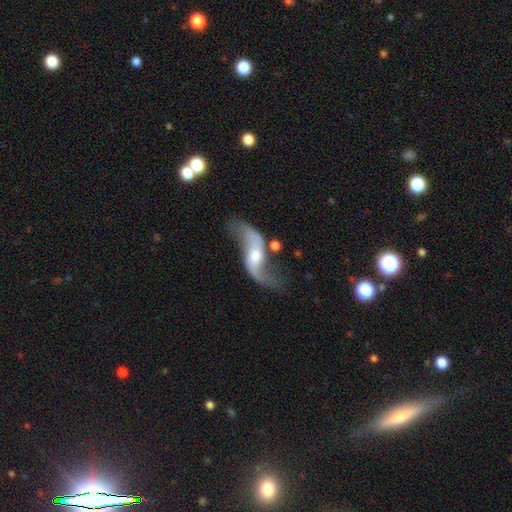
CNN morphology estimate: This appears to be a featured or disk galaxy (86%) with no bar (44%), 2 (93%) loose (90%) spiral arms (95%) and a moderate central bulge (49%). Merging: none (63%).